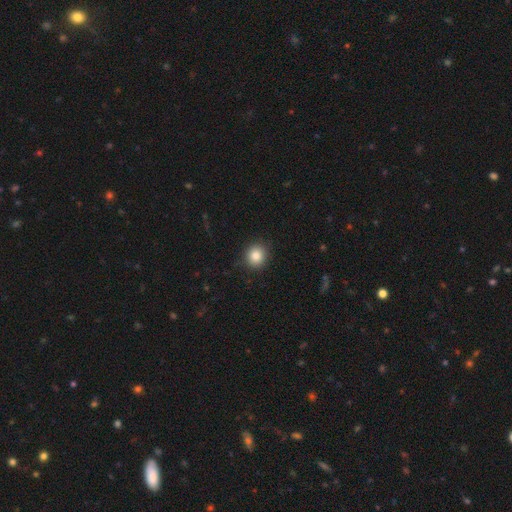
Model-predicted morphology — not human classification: The model was most divided on "how rounded": round: 86%, in between: 13%, cigar-shaped: 1%. More confident: merging — none (88%); smooth or featured — smooth (85%).